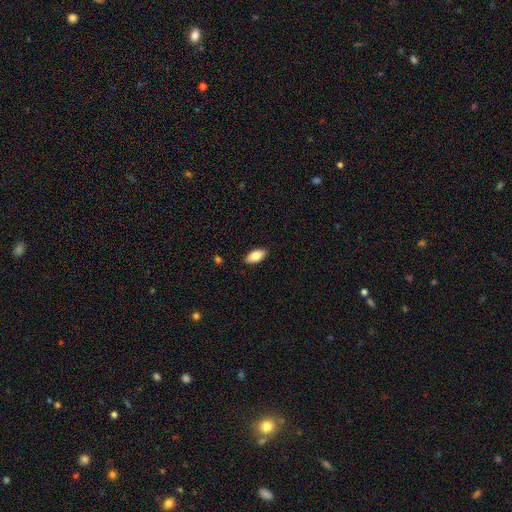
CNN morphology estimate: smooth 79%, featured or disk 14%, star or artifact 7%. Down the decision tree: how rounded — in between (90%); merging — none (89%).